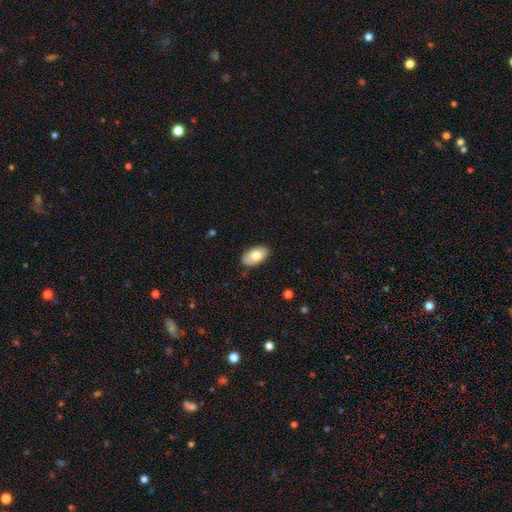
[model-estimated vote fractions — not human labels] Smooth or featured: smooth — 75% (featured or disk — 18%)
How rounded: in between — 94% (round — 4%)
Merging: none — 84% (minor disturbance — 12%)